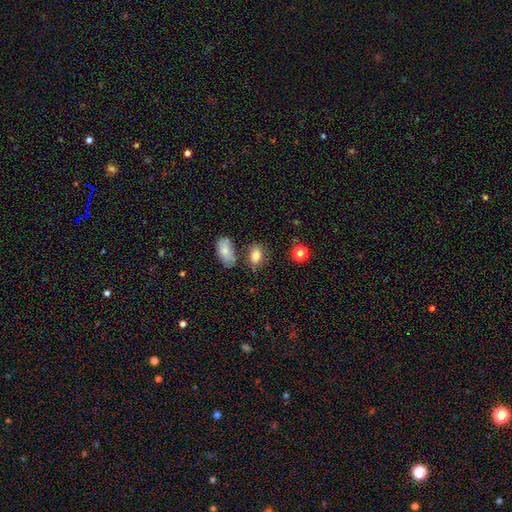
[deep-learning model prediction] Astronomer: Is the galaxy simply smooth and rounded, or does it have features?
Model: smooth — 82%.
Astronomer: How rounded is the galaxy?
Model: in between — 83%.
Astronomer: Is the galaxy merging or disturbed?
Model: none — 64%.